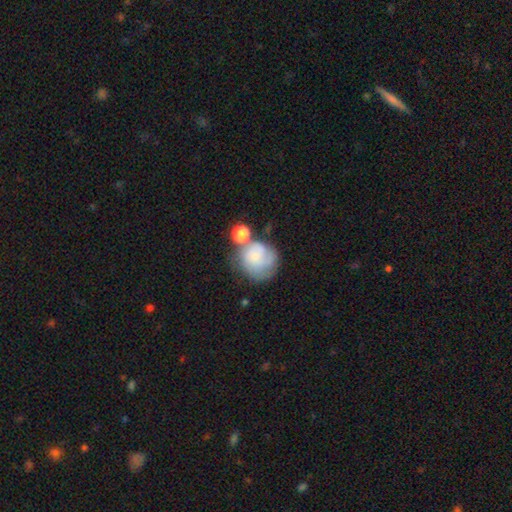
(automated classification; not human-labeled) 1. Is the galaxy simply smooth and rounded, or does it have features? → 56% smooth, 35% featured or disk, 9% star or artifact.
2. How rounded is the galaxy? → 80% round, 19% in between, 1% cigar-shaped.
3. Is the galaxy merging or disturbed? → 40% none, 22% merger, 21% minor disturbance, 17% major disturbance.